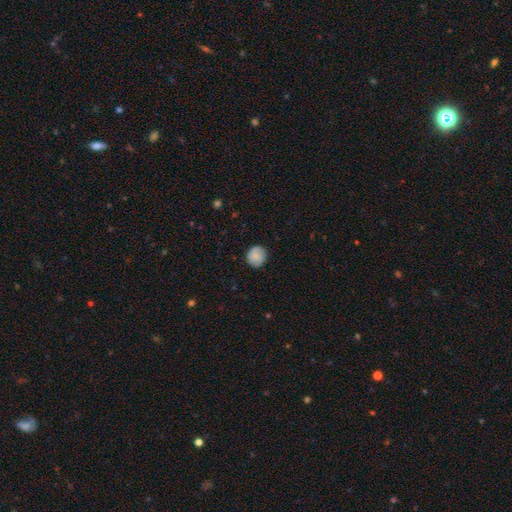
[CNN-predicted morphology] This is likely a smooth galaxy (78%). How rounded: clearly round (90%). Merging: clearly none (82%).